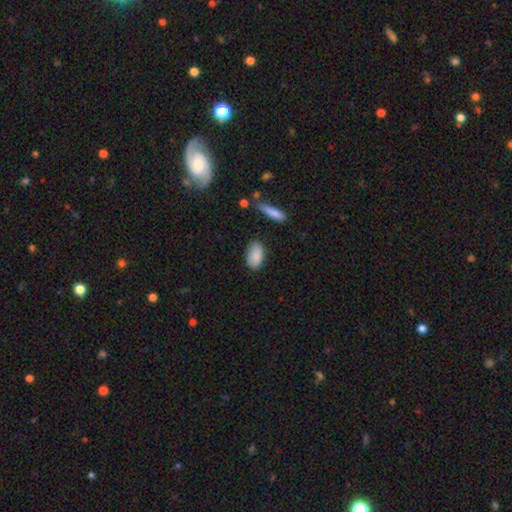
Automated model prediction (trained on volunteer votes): A smooth galaxy with no disk features (88%) that is in between round and cigar-shaped (93%).

Vote fractions:
- Smooth or featured? smooth: 88% / star or artifact: 6% / featured or disk: 5%
- How rounded? in between: 93% / round: 4% / cigar-shaped: 2%
- Merging? none: 79% / minor disturbance: 15% / major disturbance: 3% / merger: 2%